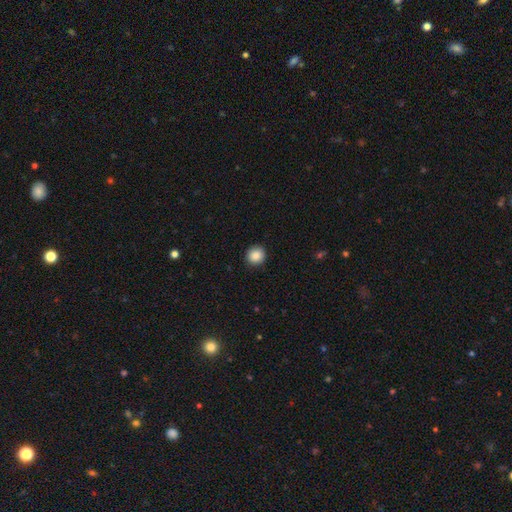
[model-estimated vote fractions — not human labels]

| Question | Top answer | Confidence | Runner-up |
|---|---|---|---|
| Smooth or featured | smooth | 87% | star or artifact (9%) |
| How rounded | round | 91% | in between (9%) |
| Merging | none | 92% | minor disturbance (6%) |